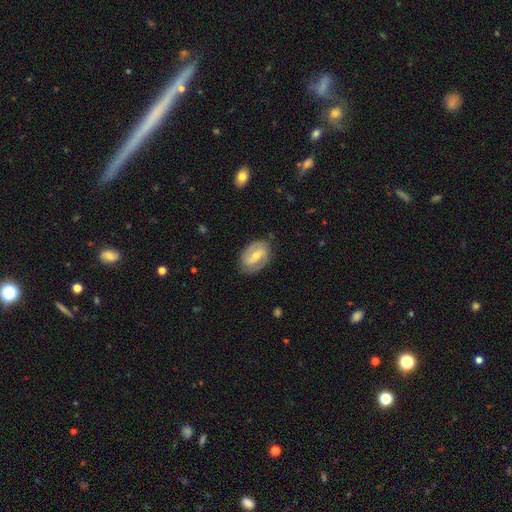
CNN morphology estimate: Smooth or featured?
  - featured or disk: 69% *
  - smooth: 24%
  - star or artifact: 6%
Edge-on disk?
  - no: 95% *
  - yes: 5%
Bar?
  - weak: 45% *
  - strong: 36%
  - no: 19%
Spiral arms?
  - yes: 79% *
  - no: 21%
Spiral winding?
  - medium: 40% *
  - tight: 39%
  - loose: 21%
Spiral arm count?
  - 2: 80% *
  - can't tell: 13%
  - 1: 3%
  - 3: 2%
  - 4: 1%
  - more than 4: 1%
Bulge size?
  - moderate: 52% *
  - small: 44%
  - large: 2%
  - none: 1%
  - dominant: 1%
Merging?
  - none: 81% *
  - minor disturbance: 14%
  - major disturbance: 4%
  - merger: 1%